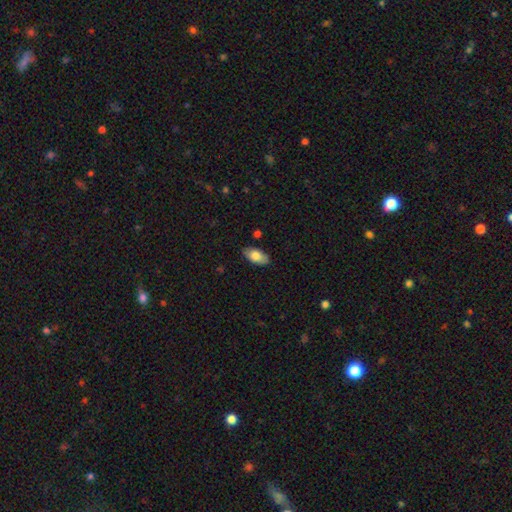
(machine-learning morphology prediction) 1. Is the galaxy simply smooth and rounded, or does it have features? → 78% smooth, 15% featured or disk, 6% star or artifact.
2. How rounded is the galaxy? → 93% in between, 4% cigar-shaped, 3% round.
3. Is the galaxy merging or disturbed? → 85% none, 12% minor disturbance, 2% major disturbance, 1% merger.